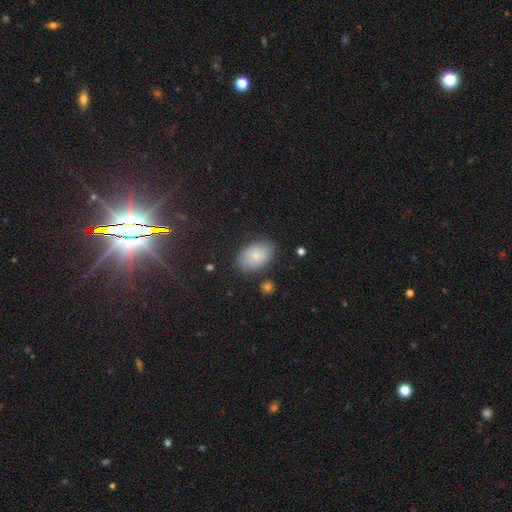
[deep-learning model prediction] smooth_or_featured: smooth (p=0.79) [alt: featured or disk p=0.13]
how_rounded: in between (p=0.89) [alt: round p=0.10]
merging: none (p=0.81) [alt: minor disturbance p=0.13]